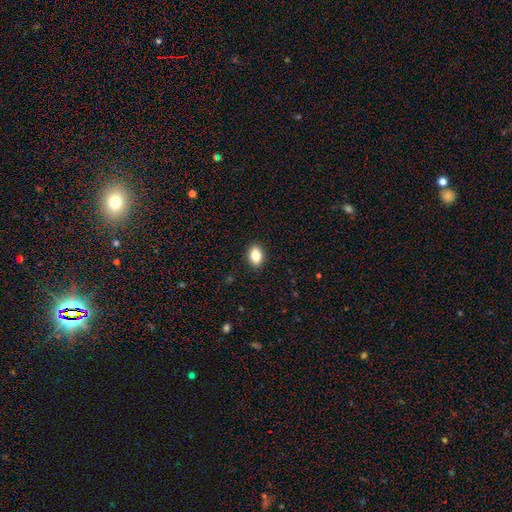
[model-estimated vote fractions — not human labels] smooth 84%, star or artifact 8%, featured or disk 8%. Down the decision tree: how rounded — in between (86%); merging — none (90%).